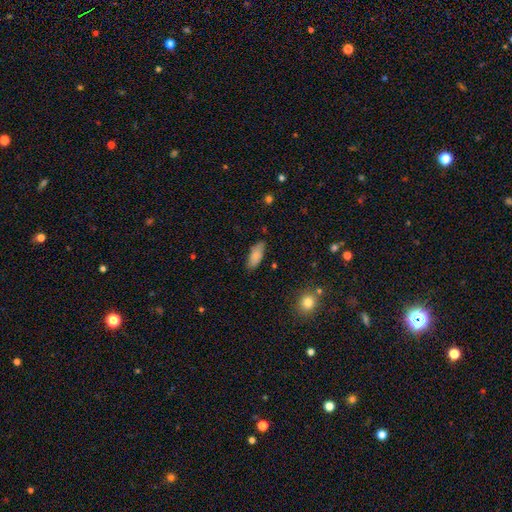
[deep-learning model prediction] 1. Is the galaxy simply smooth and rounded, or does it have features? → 82% smooth, 11% featured or disk, 7% star or artifact.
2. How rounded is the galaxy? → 80% in between, 18% cigar-shaped, 2% round.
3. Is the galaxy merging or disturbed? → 81% none, 14% minor disturbance, 3% major disturbance, 2% merger.